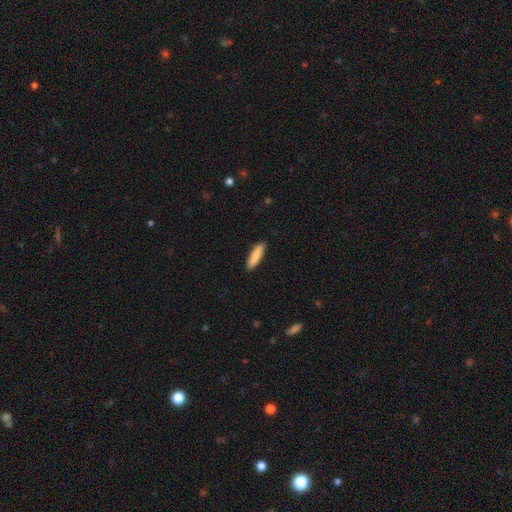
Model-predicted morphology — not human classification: A smooth galaxy with no disk features (87%) that is cigar-shaped (71%).

Vote fractions:
- Smooth or featured? smooth: 87% / featured or disk: 8% / star or artifact: 5%
- How rounded? cigar-shaped: 71% / in between: 27% / round: 1%
- Merging? none: 90% / minor disturbance: 7% / major disturbance: 2% / merger: 1%